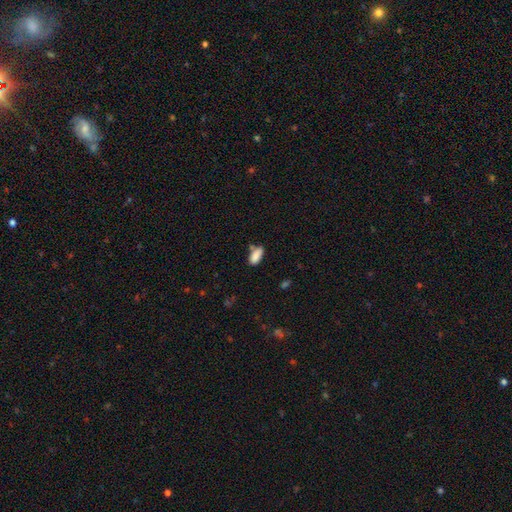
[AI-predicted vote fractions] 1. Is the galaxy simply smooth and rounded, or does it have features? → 87% smooth, 8% star or artifact, 6% featured or disk.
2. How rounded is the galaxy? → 86% in between, 12% cigar-shaped, 2% round.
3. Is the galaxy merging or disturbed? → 62% none, 20% minor disturbance, 13% merger, 5% major disturbance.